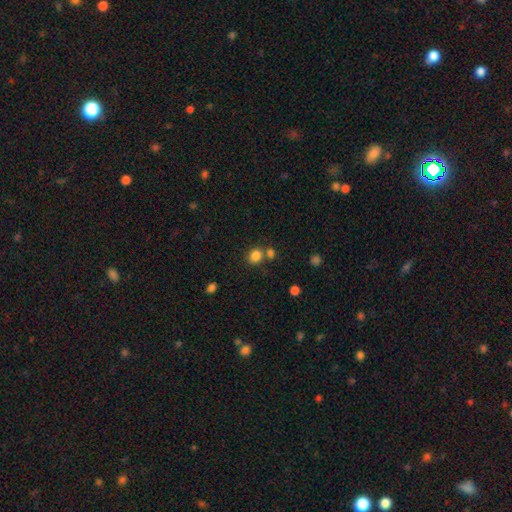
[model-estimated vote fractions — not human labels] smooth_or_featured: smooth (p=0.83) [alt: star or artifact p=0.12]
how_rounded: round (p=0.68) [alt: in between p=0.31]
merging: none (p=0.64) [alt: merger p=0.23]